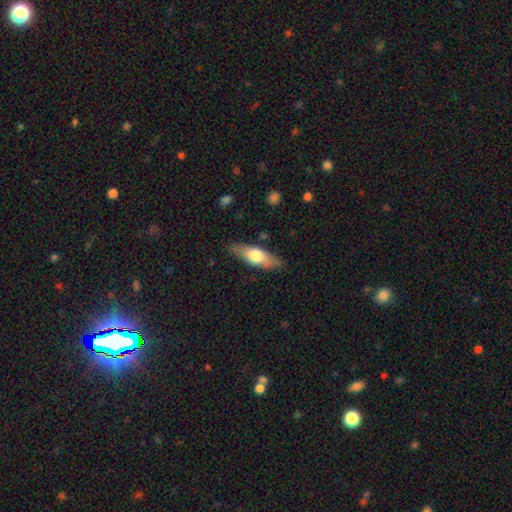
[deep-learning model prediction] Smooth or featured?
  - smooth: 56% *
  - featured or disk: 38%
  - star or artifact: 5%
How rounded?
  - in between: 52% *
  - cigar-shaped: 46%
  - round: 2%
Merging?
  - none: 84% *
  - minor disturbance: 12%
  - major disturbance: 3%
  - merger: 1%